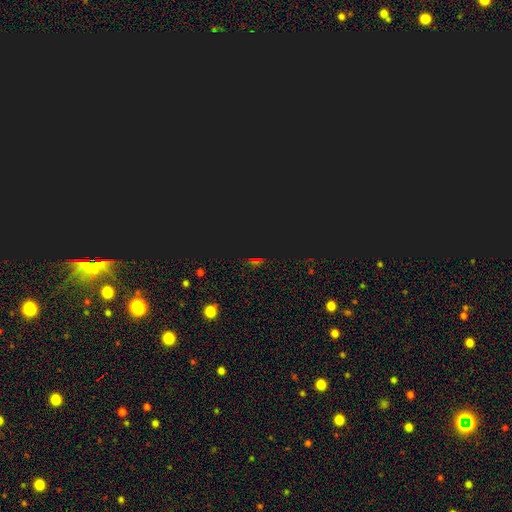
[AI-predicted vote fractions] This is likely a star or artifact rather than a galaxy (73%).